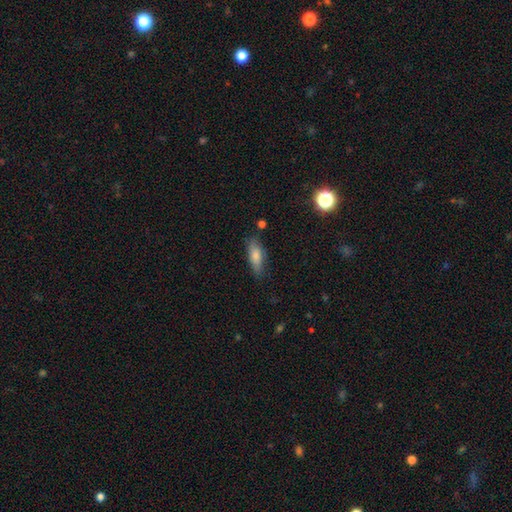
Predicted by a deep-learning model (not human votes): smooth-or-featured: smooth: 75% | featured or disk: 18% | star or artifact: 7%
  how-rounded: in between: 65% | cigar-shaped: 33% | round: 3%
  merging: none: 73% | minor disturbance: 20% | major disturbance: 4% | merger: 3%